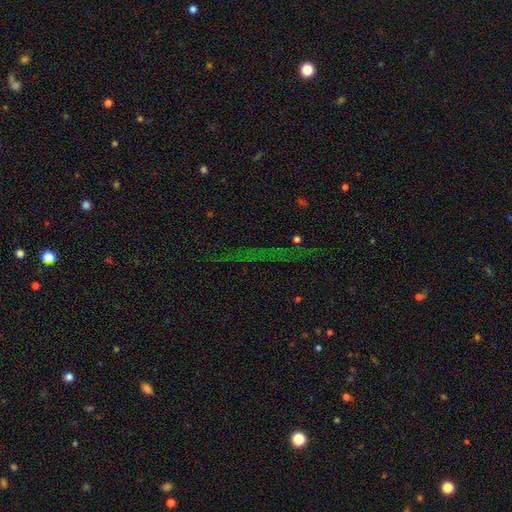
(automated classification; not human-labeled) Smooth or featured? Predicted: star or artifact (p=0.72).